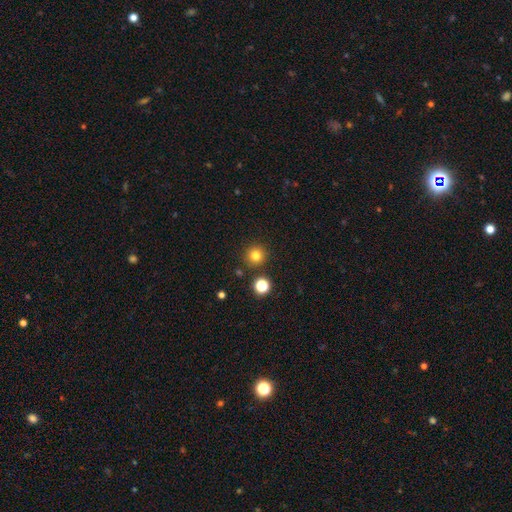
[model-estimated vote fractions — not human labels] Q: Smooth or featured?
A: smooth (80%); runner-up: star or artifact (14%)
Q: How rounded?
A: round (95%); runner-up: in between (4%)
Q: Merging?
A: none (89%); runner-up: minor disturbance (5%)